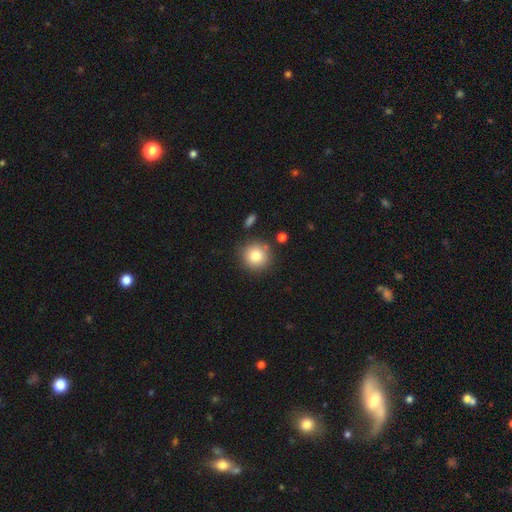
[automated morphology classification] Smooth or featured: smooth — 81% (star or artifact — 10%)
How rounded: round — 93% (in between — 6%)
Merging: none — 83% (minor disturbance — 9%)